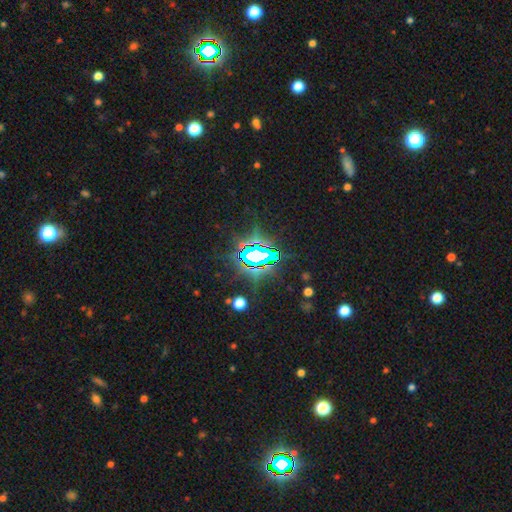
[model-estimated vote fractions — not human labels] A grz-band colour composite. It shows a star or artifact, not a galaxy (76%).